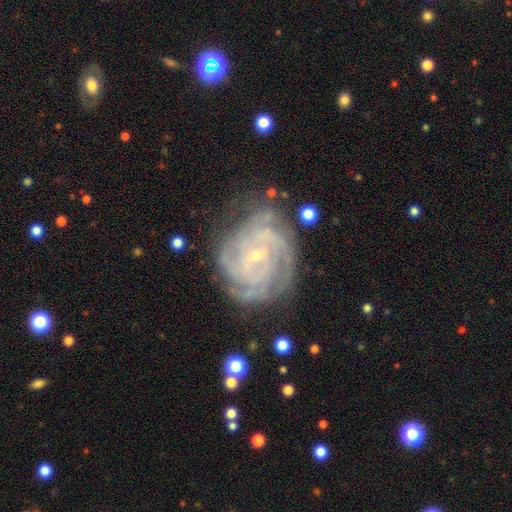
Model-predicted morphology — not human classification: A featured or disk galaxy (87%) with no bar (58%), 4 (27%) tight (74%) spiral arms (97%) and a small central bulge (82%).

Vote fractions:
- Smooth or featured? featured or disk: 87% / smooth: 7% / star or artifact: 6%
- Edge-on disk? no: 97% / yes: 3%
- Bar? no: 58% / weak: 33% / strong: 9%
- Spiral arms? yes: 97% / no: 3%
- Spiral winding? tight: 74% / medium: 22% / loose: 4%
- Spiral arm count? 4: 27% / can't tell: 25% / 3: 20% / 2: 12% / more than 4: 9% / 1: 6%
- Bulge size? small: 82% / moderate: 14% / none: 2% / large: 1% / dominant: 1%
- Merging? none: 68% / minor disturbance: 21% / major disturbance: 8% / merger: 2%